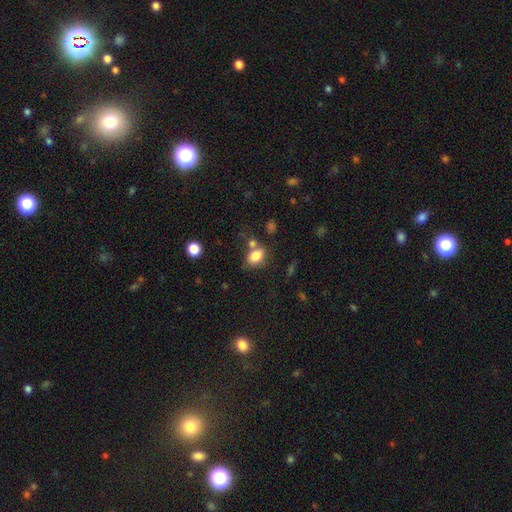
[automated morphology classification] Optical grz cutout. It shows a smooth galaxy with no disk features (81%) that is in between round and cigar-shaped (76%). Merging: none (58%).